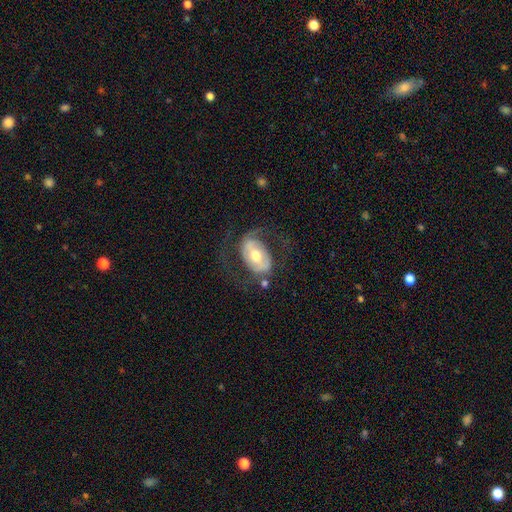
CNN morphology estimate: Smooth or featured? Predicted: featured or disk (p=0.76). Edge-on disk? Predicted: no (p=0.96). Bar? Predicted: weak (p=0.39). Spiral arms? Predicted: yes (p=0.80). Spiral winding? Predicted: medium (p=0.45). Spiral arm count? Predicted: 2 (p=0.86). Bulge size? Predicted: moderate (p=0.70). Merging? Predicted: none (p=0.59).